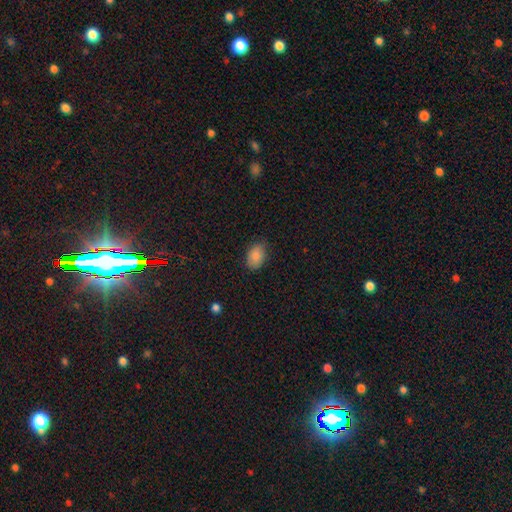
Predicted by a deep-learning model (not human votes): This appears to be a smooth galaxy with no disk features (87%) that is in between round and cigar-shaped (85%). Merging: none (75%).